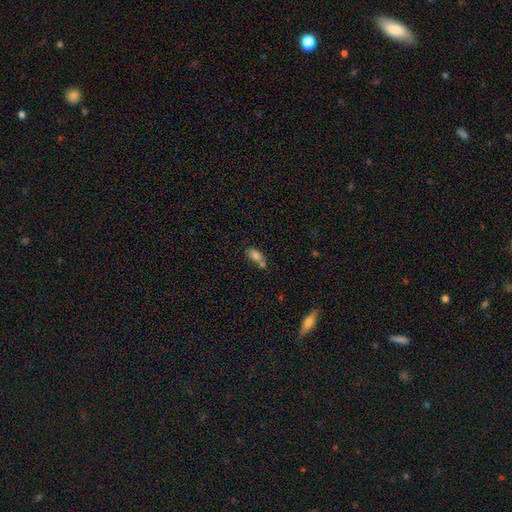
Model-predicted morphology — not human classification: Overall: smooth (77%). How rounded: in between (87%). Merging: none (42%; merger 38%).